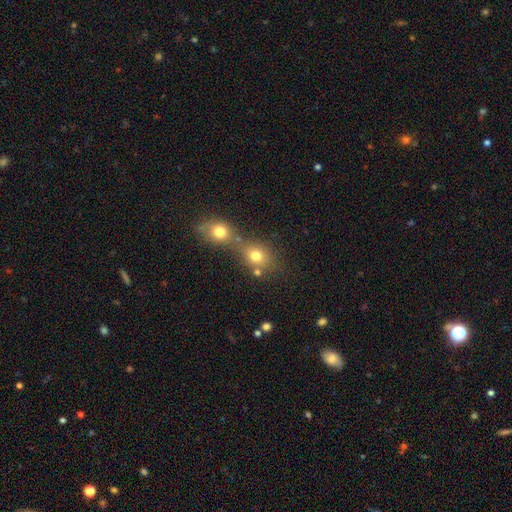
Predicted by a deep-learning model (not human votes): This appears to be a smooth galaxy with no disk features (74%) that is round (66%). Merging: merger (50%).